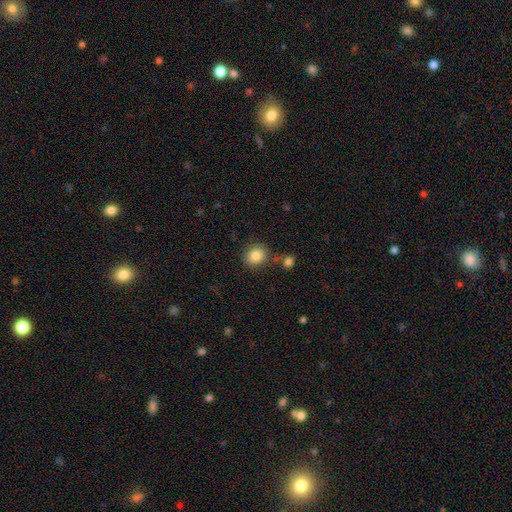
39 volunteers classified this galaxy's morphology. Q: Smooth or featured?
A: smooth (87%); runner-up: featured or disk (8%)
Q: How rounded?
A: round (68%); runner-up: in between (32%)
Q: Merging?
A: none (68%); runner-up: merger (16%)